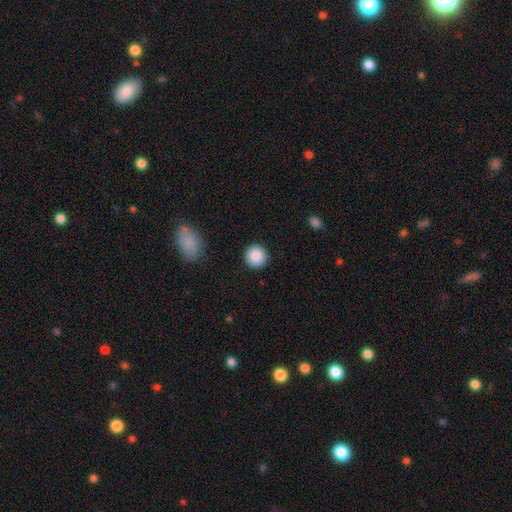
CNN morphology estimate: smooth 87%, star or artifact 8%, featured or disk 5%. Down the decision tree: how rounded — round (95%); merging — none (91%).